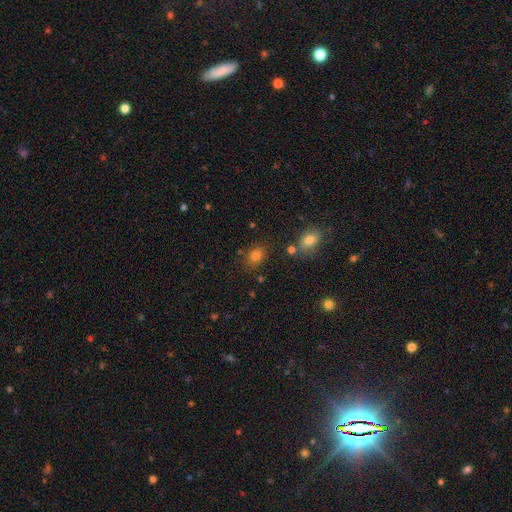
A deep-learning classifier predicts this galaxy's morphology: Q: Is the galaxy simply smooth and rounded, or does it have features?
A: smooth — 80%.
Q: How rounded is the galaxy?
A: in between — 62%.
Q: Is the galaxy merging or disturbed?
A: none — 77%.